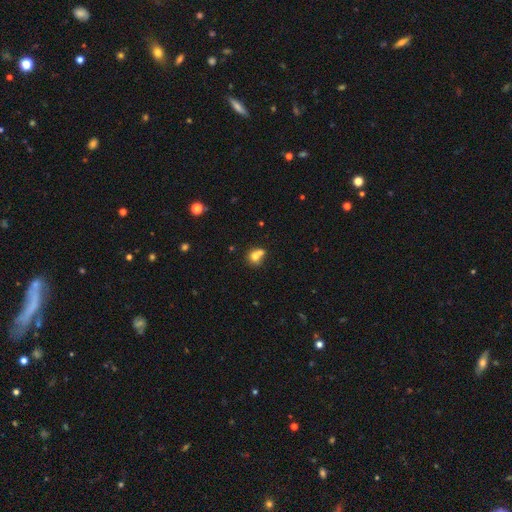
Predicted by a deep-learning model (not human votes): Smooth or featured: smooth — 70% (featured or disk — 18%)
How rounded: round — 74% (in between — 25%)
Merging: merger — 54% (none — 33%)